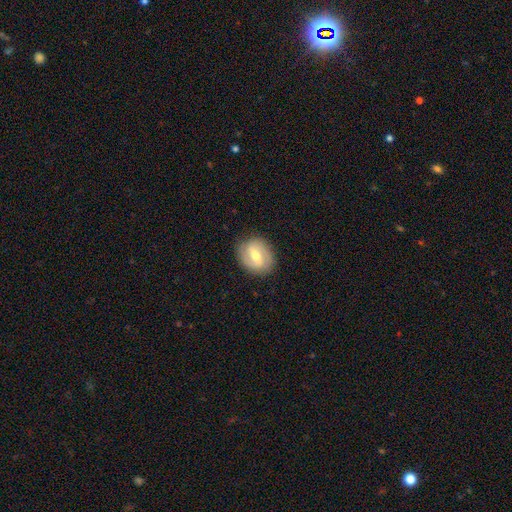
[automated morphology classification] type=featured or disk (67%); edge-on=no (96%); bar=weak (49%); spiral arms=yes (80%); winding=medium (44%); arm count=2 (85%); bulge=moderate (67%); merging=none (85%).